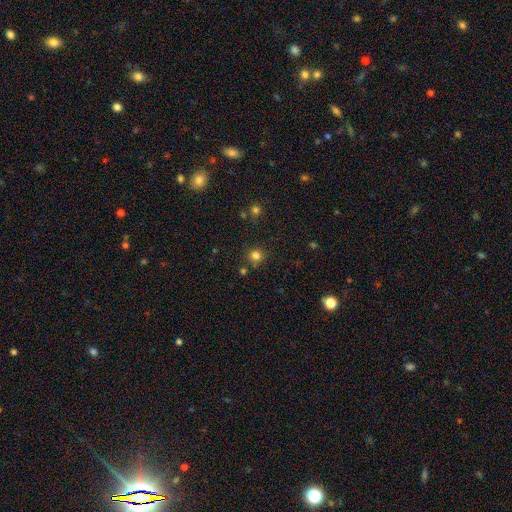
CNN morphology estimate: Q: Smooth or featured?
A: smooth (80%); runner-up: star or artifact (15%)
Q: How rounded?
A: round (91%); runner-up: in between (8%)
Q: Merging?
A: none (80%); runner-up: minor disturbance (10%)